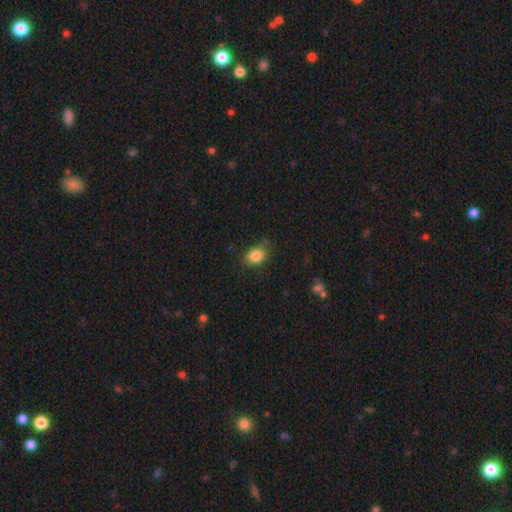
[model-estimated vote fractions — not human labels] Smooth or featured?
  - smooth: 84% *
  - star or artifact: 10%
  - featured or disk: 6%
How rounded?
  - in between: 68% *
  - round: 31%
  - cigar-shaped: 1%
Merging?
  - none: 76% *
  - minor disturbance: 18%
  - major disturbance: 4%
  - merger: 2%